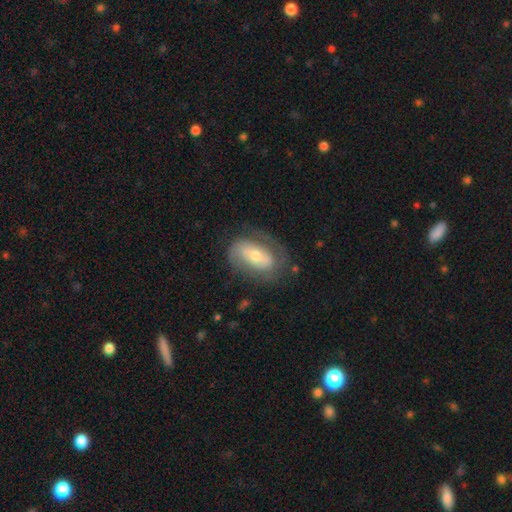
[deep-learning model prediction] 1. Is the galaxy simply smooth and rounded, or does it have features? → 62% featured or disk, 31% smooth, 6% star or artifact.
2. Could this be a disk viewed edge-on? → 93% no, 7% yes.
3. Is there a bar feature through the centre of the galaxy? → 44% no, 28% strong, 28% weak.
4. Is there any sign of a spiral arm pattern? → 70% yes, 30% no.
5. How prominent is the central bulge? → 50% moderate, 41% small, 6% large, 1% dominant, 1% none.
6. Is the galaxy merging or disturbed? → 63% none, 20% minor disturbance, 15% major disturbance, 2% merger.